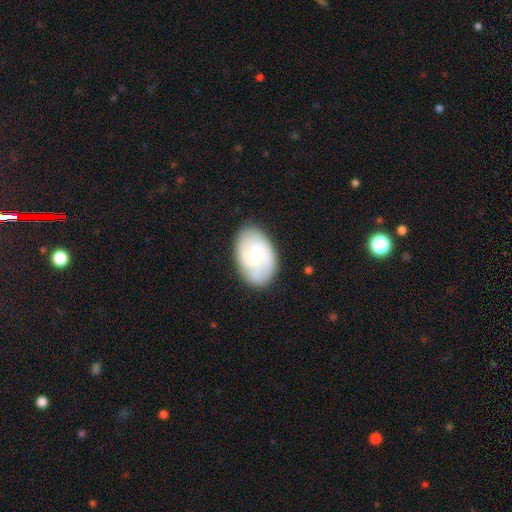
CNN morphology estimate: Smooth or featured: featured or disk — 60% (smooth — 34%)
Edge-on disk: no — 96% (yes — 4%)
Bar: no — 59% (weak — 36%)
Spiral arms: yes — 87% (no — 13%)
Spiral winding: tight — 46% (medium — 39%)
Spiral arm count: 2 — 39% (can't tell — 31%)
Bulge size: small — 47% (moderate — 43%)
Merging: none — 80% (minor disturbance — 15%)